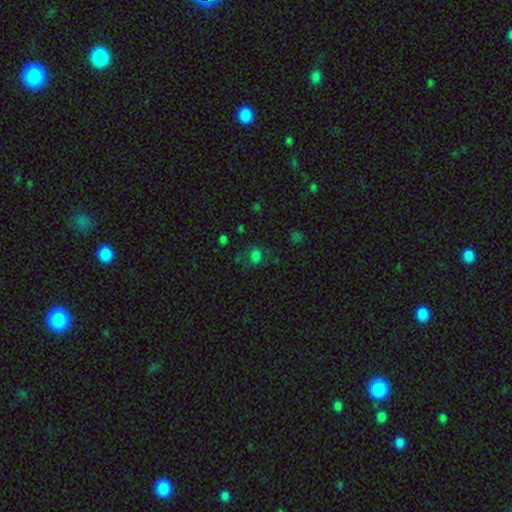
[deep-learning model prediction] Morphology: type=smooth (68%); roundness=round (54%); merging=none (58%).